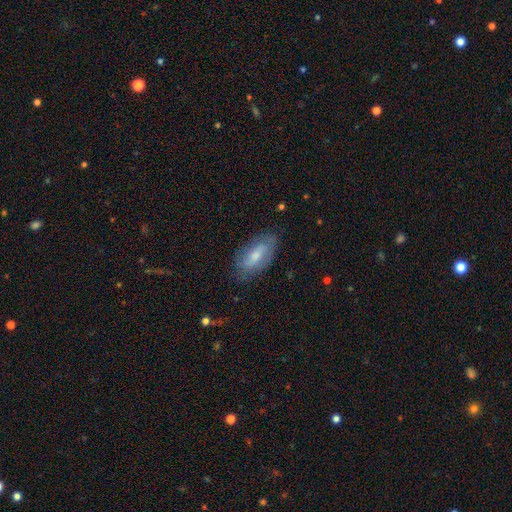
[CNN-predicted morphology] smooth 52%, featured or disk 42%, star or artifact 7%. Down the decision tree: how rounded — in between (86%); merging — none (75%).